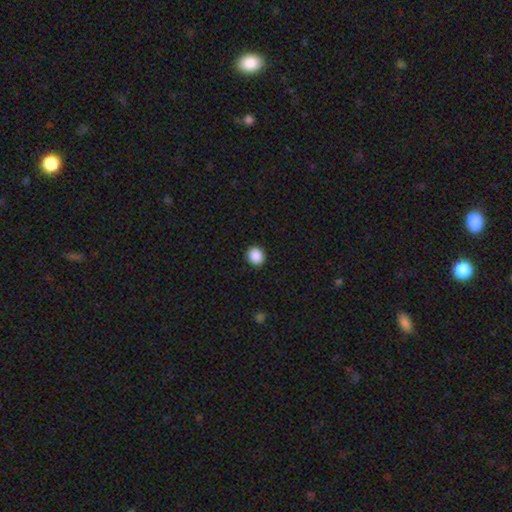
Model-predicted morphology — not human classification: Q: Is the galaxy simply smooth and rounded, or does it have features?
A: smooth — 89%.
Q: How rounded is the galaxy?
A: round — 81%.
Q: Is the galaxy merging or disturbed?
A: none — 92%.